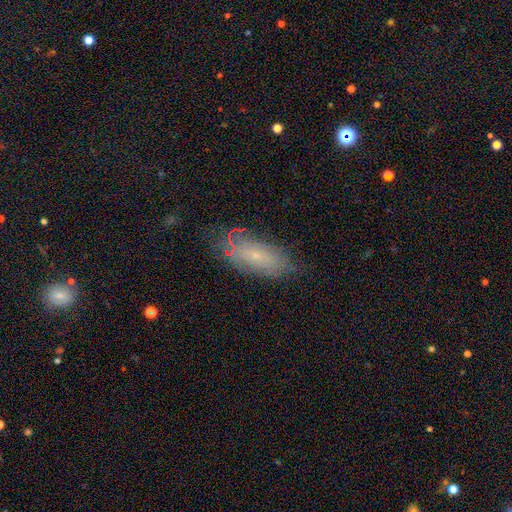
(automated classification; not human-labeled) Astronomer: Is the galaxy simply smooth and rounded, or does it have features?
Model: smooth — 45% (runner-up: featured or disk, 44%).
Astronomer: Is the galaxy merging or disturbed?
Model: none — 67%.